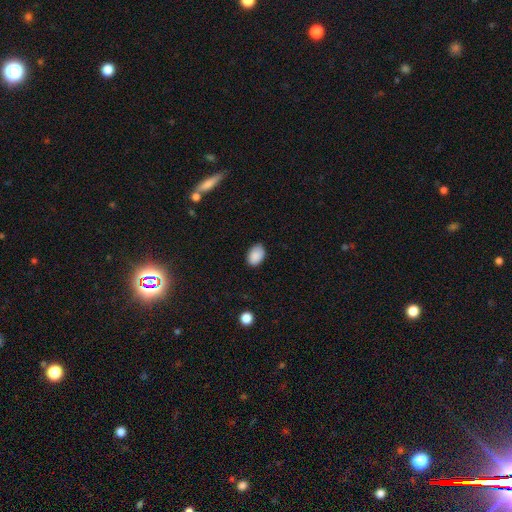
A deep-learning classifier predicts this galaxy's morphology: This is clearly a smooth galaxy (89%). How rounded: clearly in between (85%). Merging: clearly none (80%).